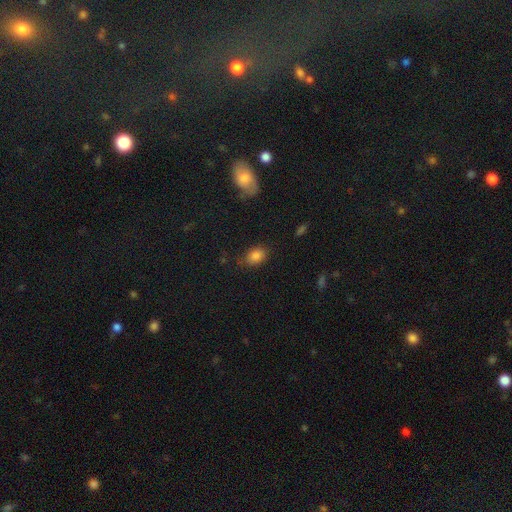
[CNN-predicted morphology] smooth_or_featured: smooth (p=0.85) [alt: star or artifact p=0.10]
how_rounded: in between (p=0.73) [alt: round p=0.25]
merging: none (p=0.74) [alt: minor disturbance p=0.19]